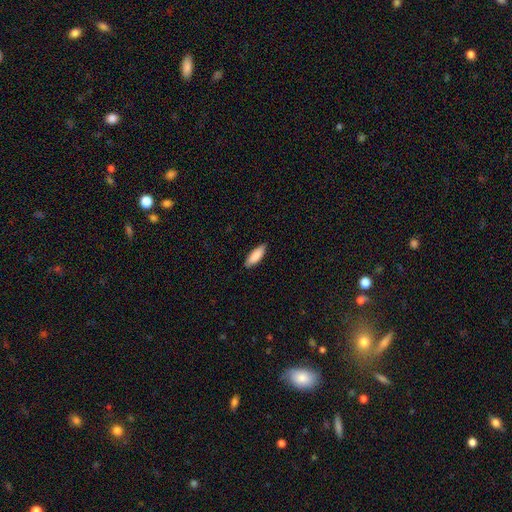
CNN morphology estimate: smooth_or_featured: smooth (p=0.87) [alt: featured or disk p=0.07]
how_rounded: in between (p=0.64) [alt: cigar-shaped p=0.34]
merging: none (p=0.87) [alt: minor disturbance p=0.10]